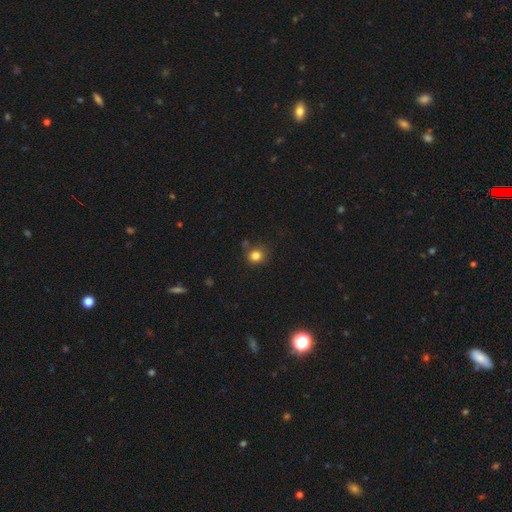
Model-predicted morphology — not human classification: This appears to be a smooth galaxy with no disk features (82%) that is round (84%). Merging: none (76%).